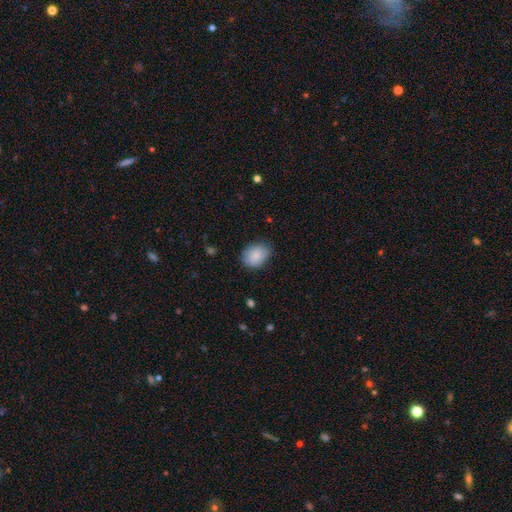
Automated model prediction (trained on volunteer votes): A smooth galaxy with no disk features (85%) that is in between round and cigar-shaped (53%). Merging: none (76%).